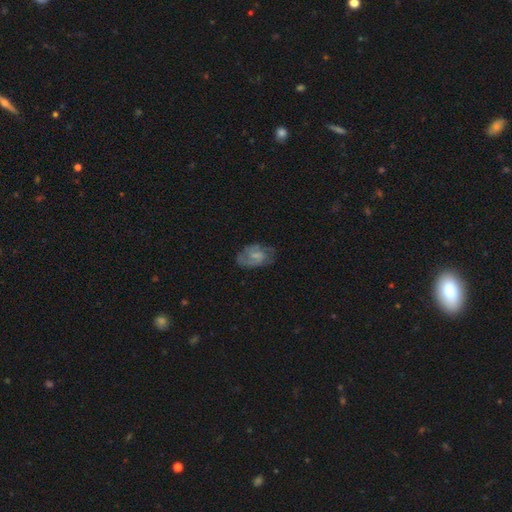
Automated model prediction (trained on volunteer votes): A featured or disk galaxy (52%) with a weak bar (45%, tied with no), spiral arms (73%) and no central bulge (33%). Merging: none (60%).